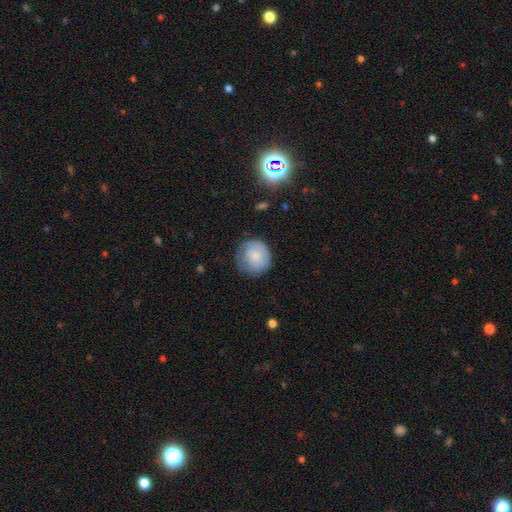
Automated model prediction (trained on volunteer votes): A smooth galaxy with no disk features (73%) that is round (90%). Merging: none (70%).